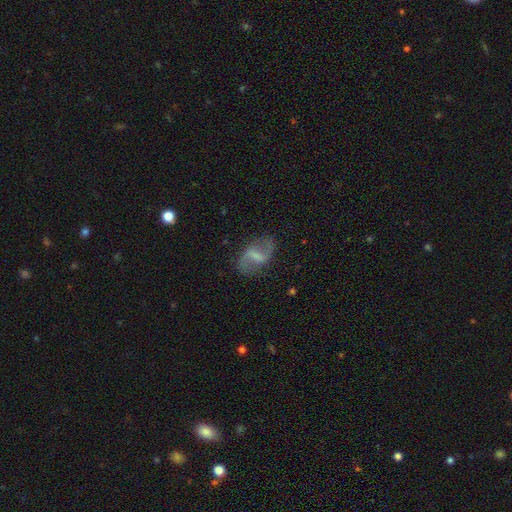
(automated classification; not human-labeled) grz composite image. It shows a featured or disk galaxy (79%) with a weak bar (46%), 2 (91%) loose (61%) spiral arms (90%) and no central bulge (45%). Merging: none (80%).